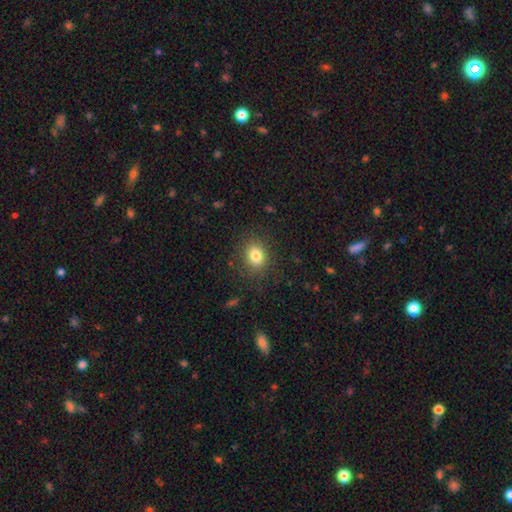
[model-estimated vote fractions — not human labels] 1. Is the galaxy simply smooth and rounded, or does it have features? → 82% smooth, 11% star or artifact, 8% featured or disk.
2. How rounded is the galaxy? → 53% round, 46% in between, 1% cigar-shaped.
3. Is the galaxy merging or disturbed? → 84% none, 10% minor disturbance, 4% major disturbance, 1% merger.